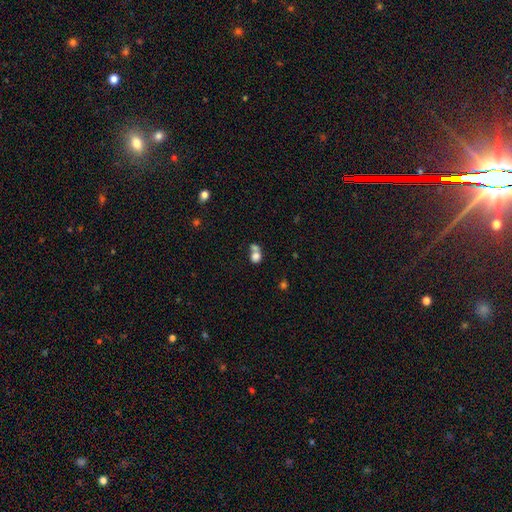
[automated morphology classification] Smooth or featured: smooth — 77% (star or artifact — 12%)
How rounded: round — 61% (in between — 38%)
Merging: merger — 56% (none — 31%)